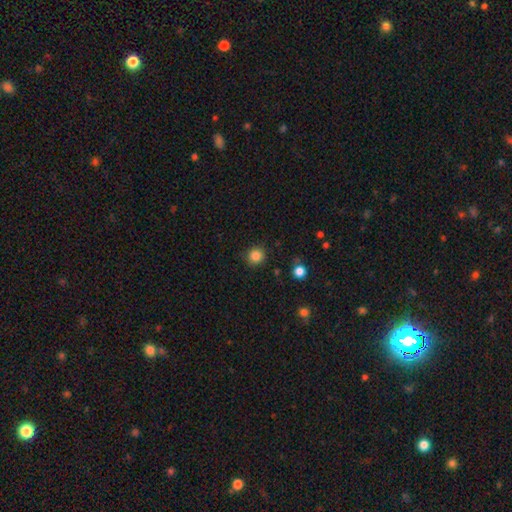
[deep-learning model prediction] smooth_or_featured: smooth (p=0.85) [alt: star or artifact p=0.11]
how_rounded: round (p=0.92) [alt: in between p=0.07]
merging: none (p=0.88) [alt: minor disturbance p=0.08]